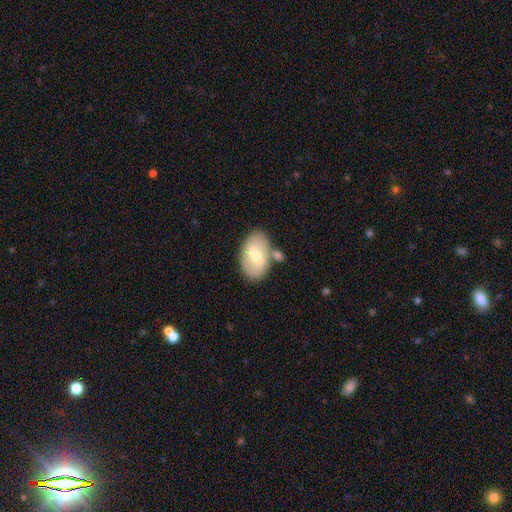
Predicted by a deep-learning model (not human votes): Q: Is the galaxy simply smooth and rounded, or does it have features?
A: smooth — 51%.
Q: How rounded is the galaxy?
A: in between — 91%.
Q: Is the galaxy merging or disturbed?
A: none — 67%.